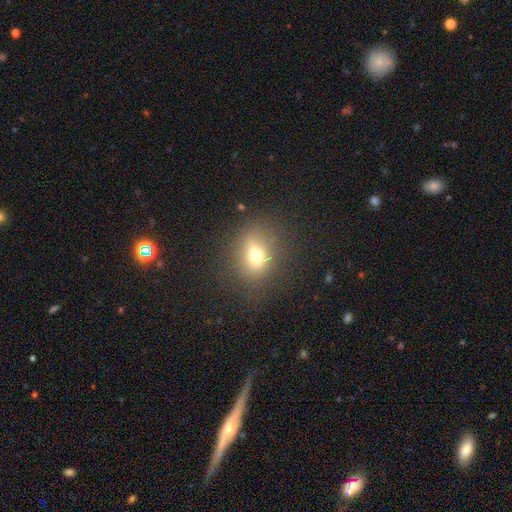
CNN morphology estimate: The model was most divided on "how rounded": round: 53%, in between: 45%, cigar-shaped: 2%. More confident: merging — none (74%); smooth or featured — smooth (65%).